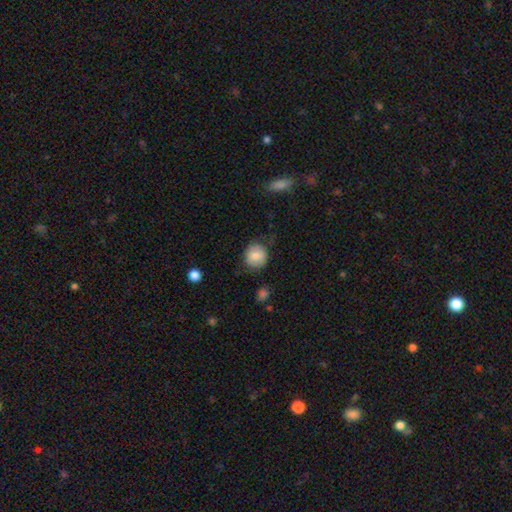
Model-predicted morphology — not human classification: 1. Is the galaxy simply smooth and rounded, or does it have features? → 79% smooth, 13% featured or disk, 8% star or artifact.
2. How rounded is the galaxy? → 85% round, 14% in between, 1% cigar-shaped.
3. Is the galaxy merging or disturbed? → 75% none, 18% minor disturbance, 5% major disturbance, 1% merger.